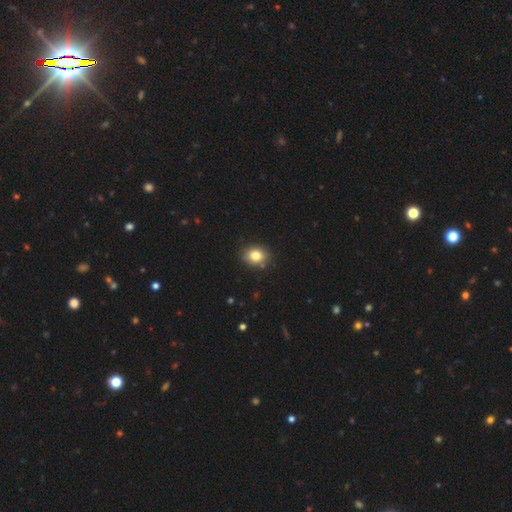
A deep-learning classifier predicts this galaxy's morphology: smooth_or_featured: smooth (p=0.81) [alt: star or artifact p=0.11]
how_rounded: round (p=0.55) [alt: in between p=0.44]
merging: none (p=0.86) [alt: minor disturbance p=0.10]